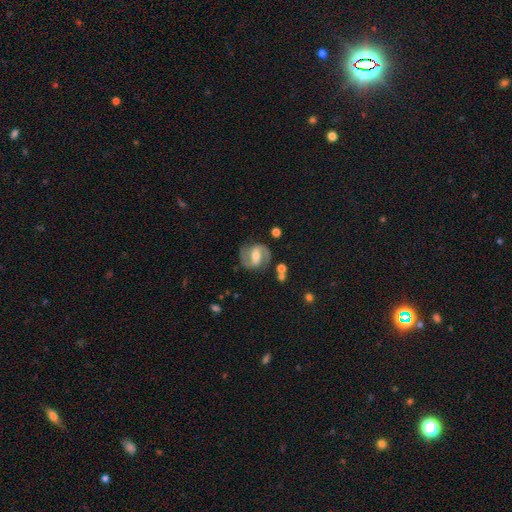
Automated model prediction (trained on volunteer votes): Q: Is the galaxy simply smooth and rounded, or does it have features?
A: featured or disk — 84%.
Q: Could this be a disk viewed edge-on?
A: no — 97%.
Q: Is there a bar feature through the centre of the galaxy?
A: strong — 46%.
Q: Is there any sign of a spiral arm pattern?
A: yes — 95%.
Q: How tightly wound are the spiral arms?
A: medium — 57%.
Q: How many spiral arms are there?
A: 2 — 92%.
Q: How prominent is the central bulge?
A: moderate — 62%.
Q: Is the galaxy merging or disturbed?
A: none — 81%.